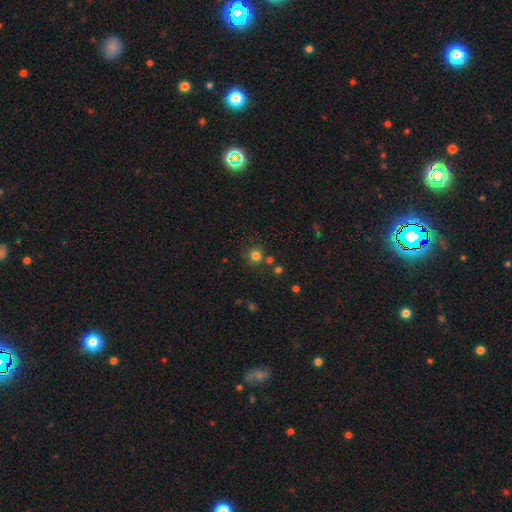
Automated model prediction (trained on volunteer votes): Overall: smooth (79%). How rounded: round (90%). Merging: none (79%).